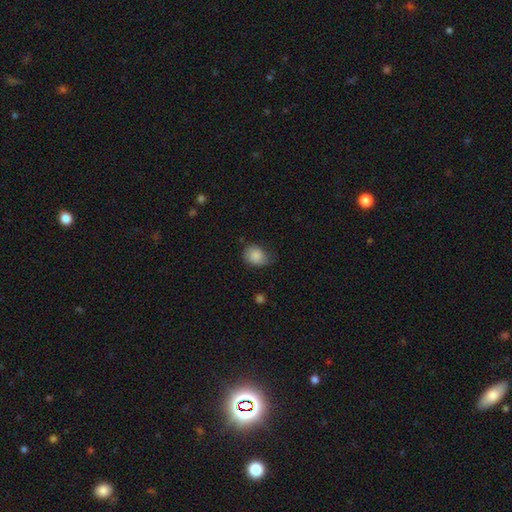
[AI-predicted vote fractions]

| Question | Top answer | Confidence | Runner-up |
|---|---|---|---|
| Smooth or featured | smooth | 81% | featured or disk (11%) |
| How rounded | in between | 51% | round (48%) |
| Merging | none | 56% | minor disturbance (34%) |